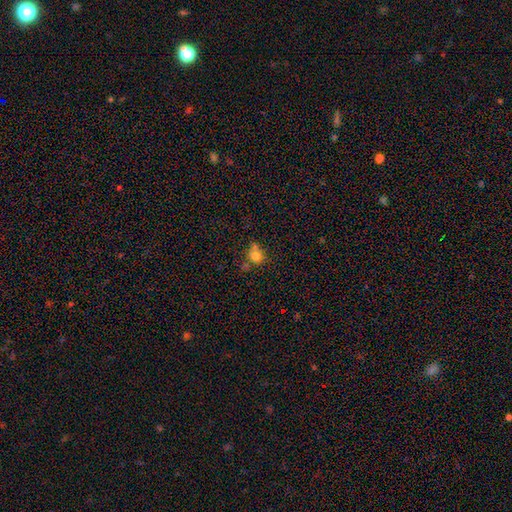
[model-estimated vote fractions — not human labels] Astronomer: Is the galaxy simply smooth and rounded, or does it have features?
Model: smooth — 76%.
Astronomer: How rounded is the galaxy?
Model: round — 81%.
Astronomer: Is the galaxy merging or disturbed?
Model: none — 52%.